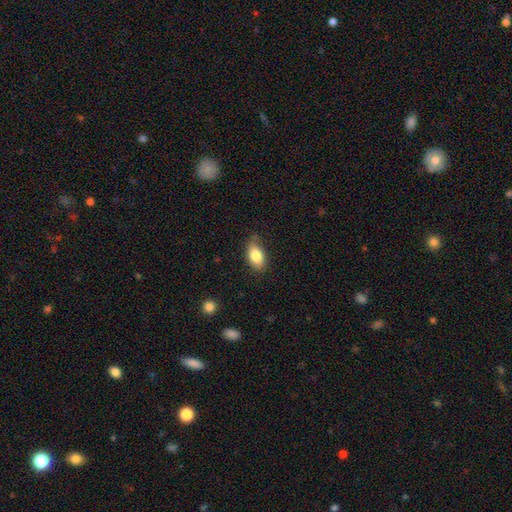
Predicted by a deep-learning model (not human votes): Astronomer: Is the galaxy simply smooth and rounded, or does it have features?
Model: smooth — 83%.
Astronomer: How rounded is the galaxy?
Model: in between — 90%.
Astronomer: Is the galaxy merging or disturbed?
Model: none — 75%.